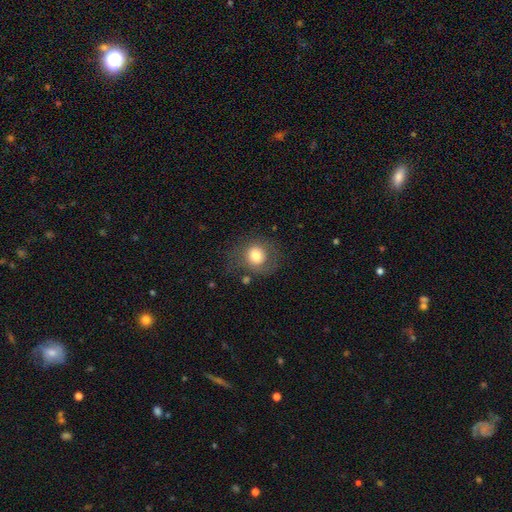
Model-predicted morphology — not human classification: type=smooth (73%); roundness=round (81%); merging=none (65%).